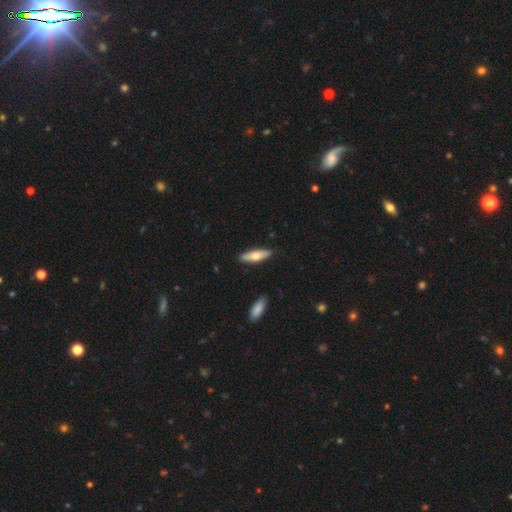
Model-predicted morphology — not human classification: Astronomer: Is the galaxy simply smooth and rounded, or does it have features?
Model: smooth — 60%.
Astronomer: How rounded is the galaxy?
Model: cigar-shaped — 59% (runner-up: in between, 39%).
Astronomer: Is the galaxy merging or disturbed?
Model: none — 87%.